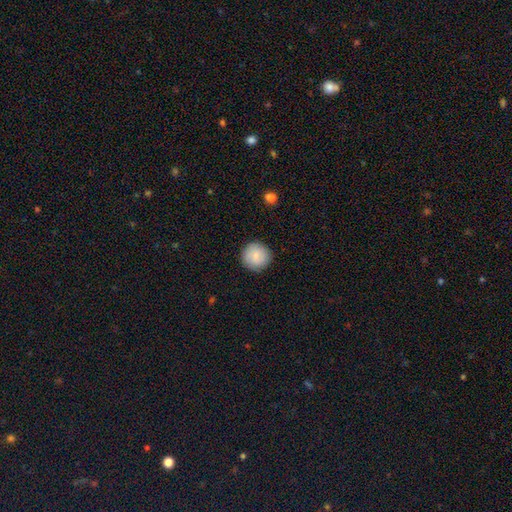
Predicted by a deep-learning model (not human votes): Smooth or featured: smooth — 85% (featured or disk — 8%)
How rounded: round — 95% (in between — 4%)
Merging: none — 90% (minor disturbance — 7%)